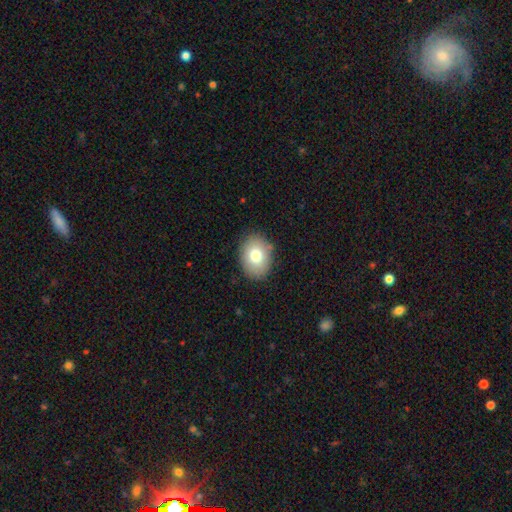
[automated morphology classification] type=smooth (76%); roundness=in between (62%); merging=none (86%).